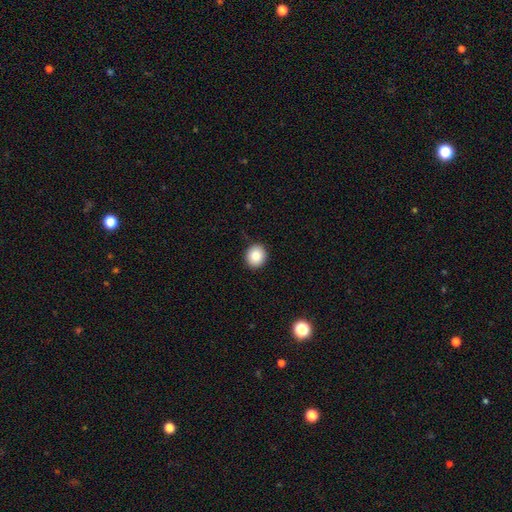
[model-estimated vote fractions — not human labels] Smooth or featured? smooth (84%)
How rounded? round (88%)
Merging? none (90%)